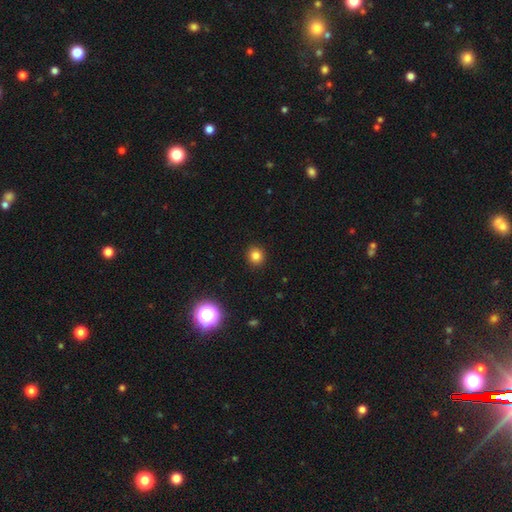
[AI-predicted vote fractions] smooth_or_featured: smooth (p=0.82) [alt: star or artifact p=0.14]
how_rounded: round (p=0.90) [alt: in between p=0.09]
merging: none (p=0.92) [alt: minor disturbance p=0.05]